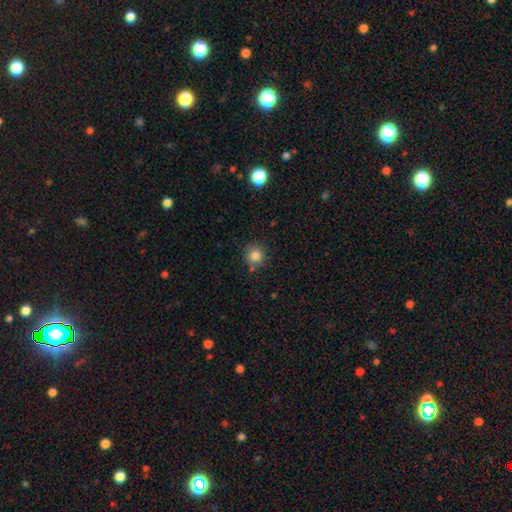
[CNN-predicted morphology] Smooth or featured? smooth (82%)
How rounded? round (91%)
Merging? none (79%)